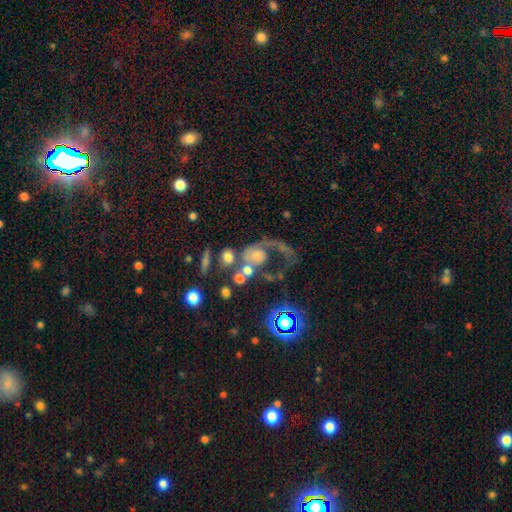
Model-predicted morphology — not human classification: The model was most divided on "bulge size": moderate: 37%, small: 29%, none: 18%, large: 12%, dominant: 4%. Remaining: edge-on disk — no (96%); bar — no (80%); spiral arms — yes (62%); smooth or featured — featured or disk (59%); merging — major disturbance (42%).